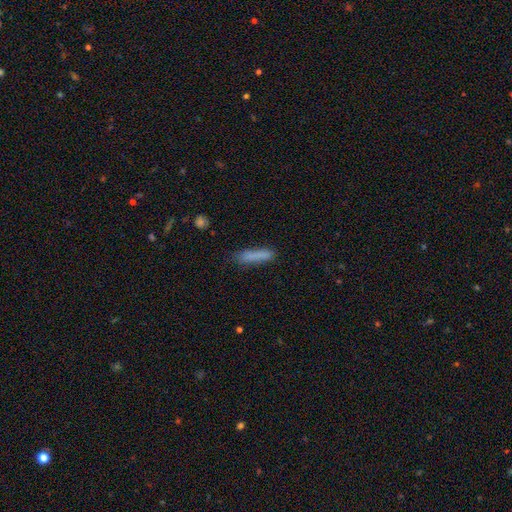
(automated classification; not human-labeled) Q: Smooth or featured?
A: smooth (82%); runner-up: featured or disk (10%)
Q: How rounded?
A: cigar-shaped (87%); runner-up: in between (12%)
Q: Merging?
A: none (76%); runner-up: minor disturbance (17%)